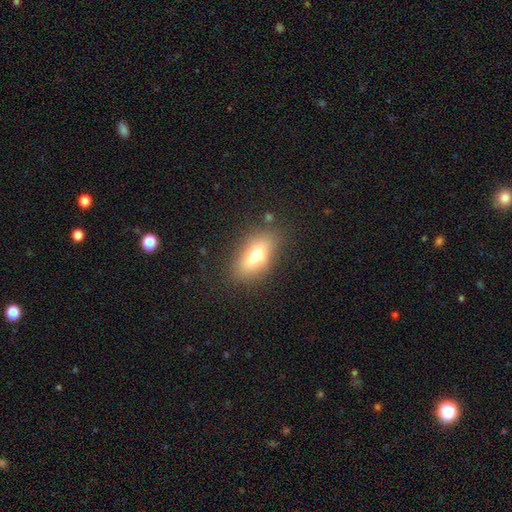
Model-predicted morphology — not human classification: Q: Smooth or featured?
A: smooth (70%); runner-up: featured or disk (20%)
Q: How rounded?
A: in between (84%); runner-up: cigar-shaped (9%)
Q: Merging?
A: none (77%); runner-up: minor disturbance (14%)